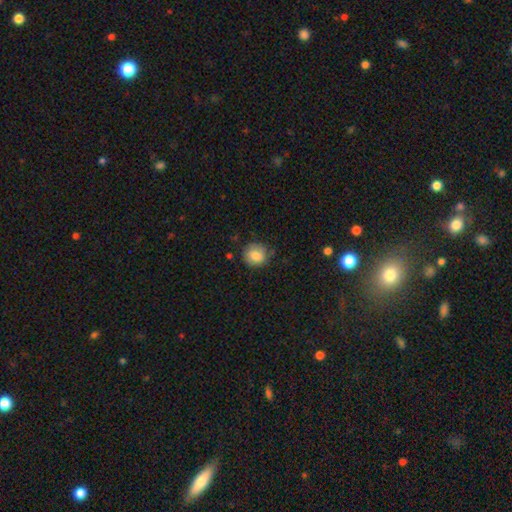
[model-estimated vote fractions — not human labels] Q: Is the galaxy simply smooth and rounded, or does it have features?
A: smooth — 82%.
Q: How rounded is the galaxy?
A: round — 81%.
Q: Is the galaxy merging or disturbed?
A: none — 75%.